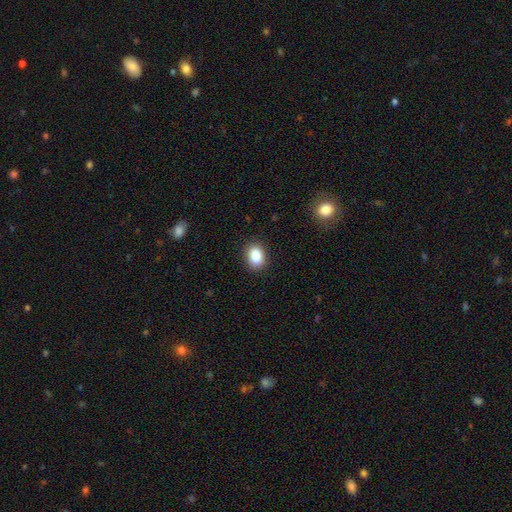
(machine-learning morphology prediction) Smooth or featured?
  - smooth: 88% *
  - star or artifact: 9%
  - featured or disk: 3%
How rounded?
  - in between: 71% *
  - round: 28%
  - cigar-shaped: 1%
Merging?
  - none: 86% *
  - minor disturbance: 10%
  - major disturbance: 3%
  - merger: 1%